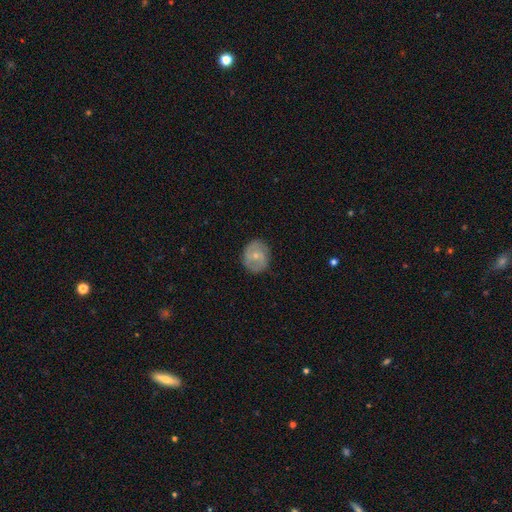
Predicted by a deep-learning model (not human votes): Smooth or featured?
  - featured or disk: 52% *
  - smooth: 41%
  - star or artifact: 7%
Edge-on disk?
  - no: 97% *
  - yes: 3%
Bar?
  - no: 55% *
  - weak: 36%
  - strong: 9%
Spiral arms?
  - yes: 75% *
  - no: 25%
Bulge size?
  - small: 66% *
  - moderate: 29%
  - none: 2%
  - large: 1%
  - dominant: 1%
Merging?
  - none: 81% *
  - minor disturbance: 14%
  - major disturbance: 4%
  - merger: 1%